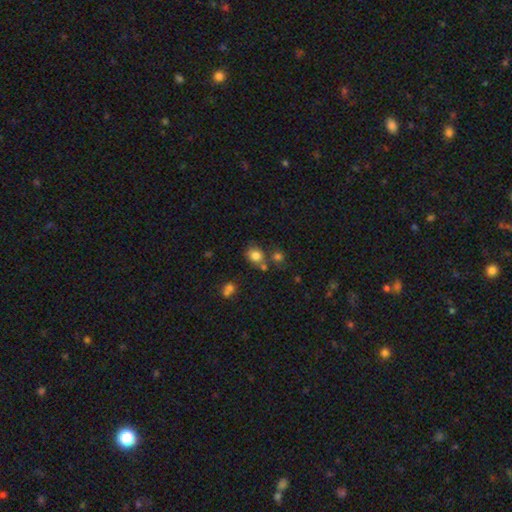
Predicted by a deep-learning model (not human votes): A smooth galaxy with no disk features (79%) that is round (74%).

Vote fractions:
- Smooth or featured? smooth: 79% / star or artifact: 13% / featured or disk: 8%
- How rounded? round: 74% / in between: 25% / cigar-shaped: 1%
- Merging? none: 63% / merger: 18% / minor disturbance: 14% / major disturbance: 5%